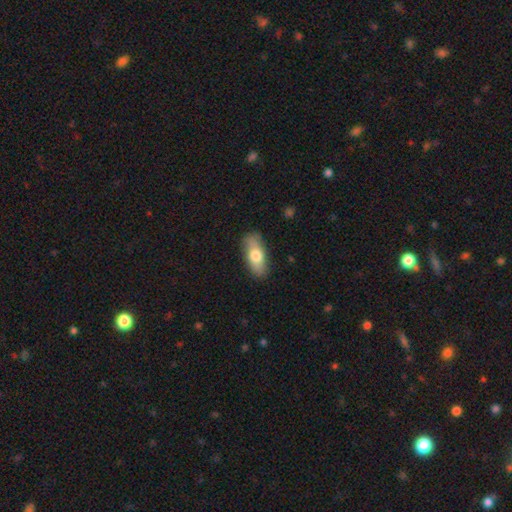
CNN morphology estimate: smooth-or-featured: smooth: 69% | featured or disk: 25% | star or artifact: 6%
  how-rounded: in between: 74% | cigar-shaped: 22% | round: 4%
  merging: none: 83% | minor disturbance: 13% | major disturbance: 3% | merger: 1%